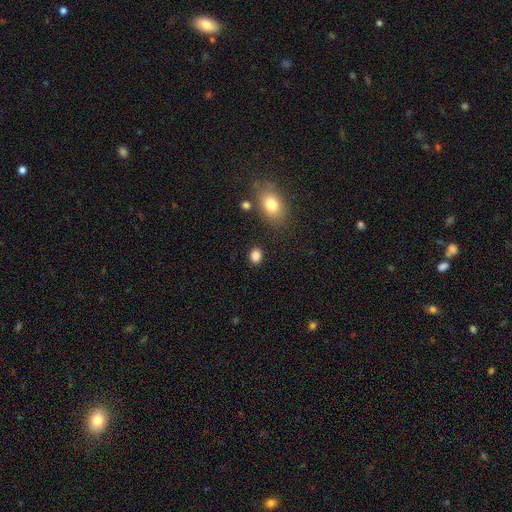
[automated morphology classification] Smooth or featured: smooth — 85% (star or artifact — 11%)
How rounded: in between — 51% (round — 47%)
Merging: none — 85% (minor disturbance — 9%)